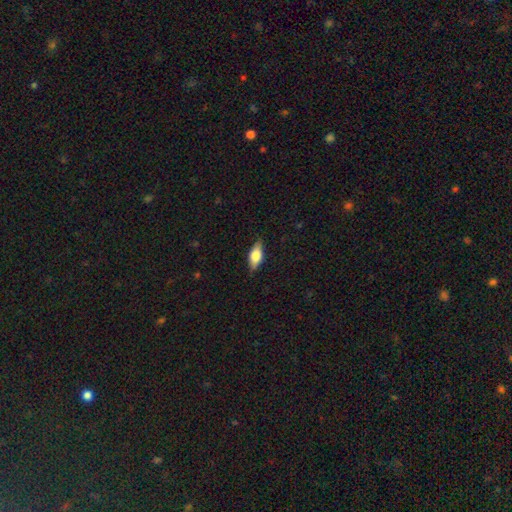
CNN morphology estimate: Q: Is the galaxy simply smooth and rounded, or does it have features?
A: smooth — 61%.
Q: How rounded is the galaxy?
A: in between — 78%.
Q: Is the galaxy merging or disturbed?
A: none — 85%.